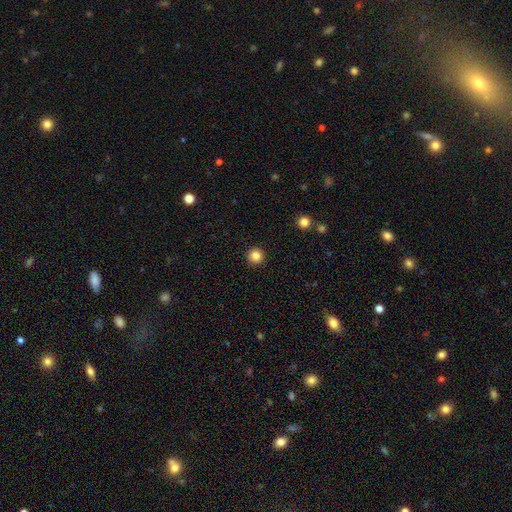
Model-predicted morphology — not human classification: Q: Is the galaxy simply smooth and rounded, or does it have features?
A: smooth — 85%.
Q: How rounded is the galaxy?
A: round — 96%.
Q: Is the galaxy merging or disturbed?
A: none — 93%.